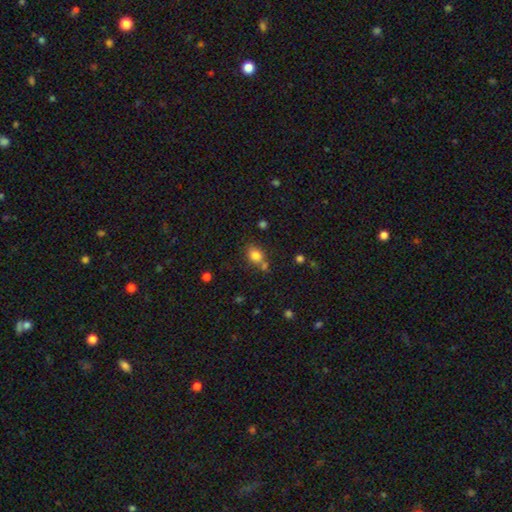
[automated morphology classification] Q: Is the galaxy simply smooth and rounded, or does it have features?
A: smooth — 81%.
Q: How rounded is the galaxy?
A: round — 52%.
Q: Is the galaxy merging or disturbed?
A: none — 59%.